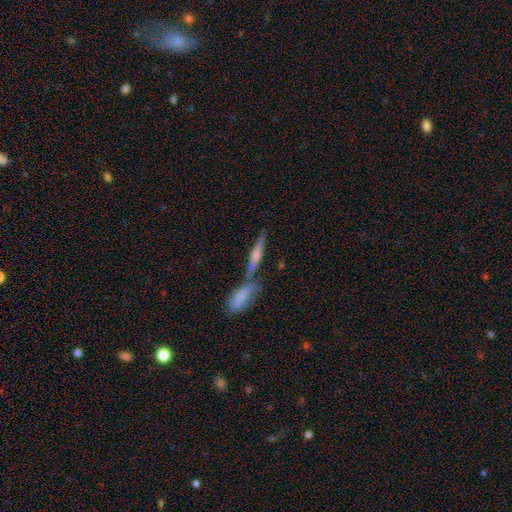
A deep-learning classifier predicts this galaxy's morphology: The model was most divided on "smooth or featured": featured or disk: 55%, smooth: 37%, star or artifact: 8%. More confident: edge-on disk — yes (93%); edge-on bulge — rounded (74%); merging — none (58%).